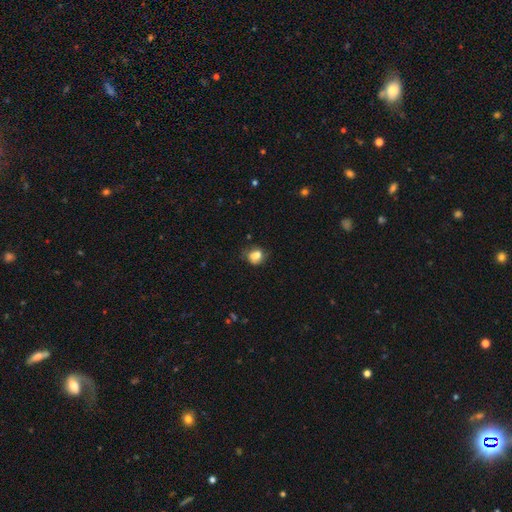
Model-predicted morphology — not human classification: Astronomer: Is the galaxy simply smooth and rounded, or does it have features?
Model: smooth — 74%.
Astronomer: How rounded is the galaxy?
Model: in between — 50% (runner-up: round, 49%).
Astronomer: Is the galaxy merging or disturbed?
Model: none — 50% (runner-up: minor disturbance, 27%).